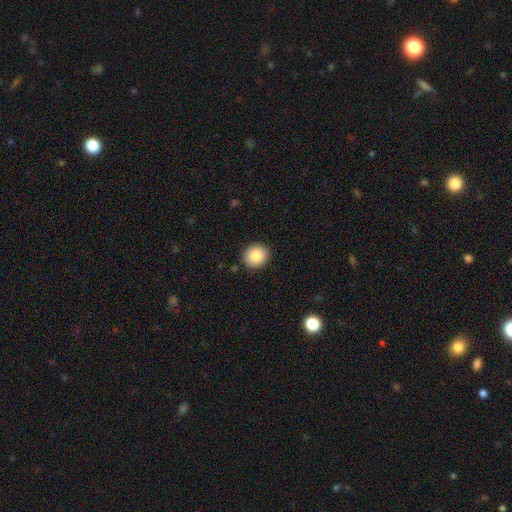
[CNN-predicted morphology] The model was most divided on "how rounded": round: 76%, in between: 23%, cigar-shaped: 1%. More confident: merging — none (90%); smooth or featured — smooth (88%).